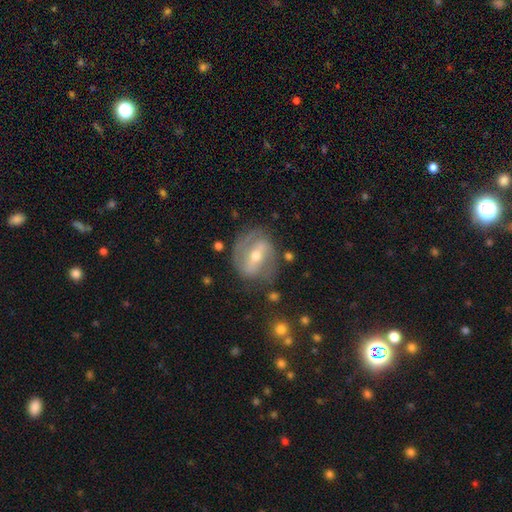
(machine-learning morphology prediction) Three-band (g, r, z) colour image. It shows a featured or disk galaxy (80%) with a strong bar (56%), 2 (80%) medium (45%) spiral arms (84%) and a moderate central bulge (58%). Merging: none (73%).